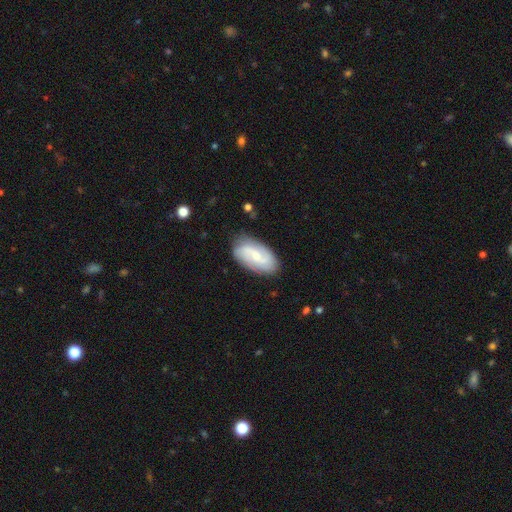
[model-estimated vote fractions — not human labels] smooth-or-featured: featured or disk: 66% | smooth: 28% | star or artifact: 6%
  disk-edge-on: no: 95% | yes: 5%
    bar: weak: 47% | no: 40% | strong: 13%
    has-spiral-arms: yes: 90% | no: 10%
      spiral-winding: loose: 40% | medium: 38% | tight: 22%
      spiral-arm-count: 2: 77% | can't tell: 13% | 3: 5% | 1: 2% | 4: 2% | more than 4: 2%
    bulge-size: small: 61% | moderate: 33% | none: 4% | large: 2% | dominant: 1%
  merging: none: 81% | minor disturbance: 14% | major disturbance: 3% | merger: 2%